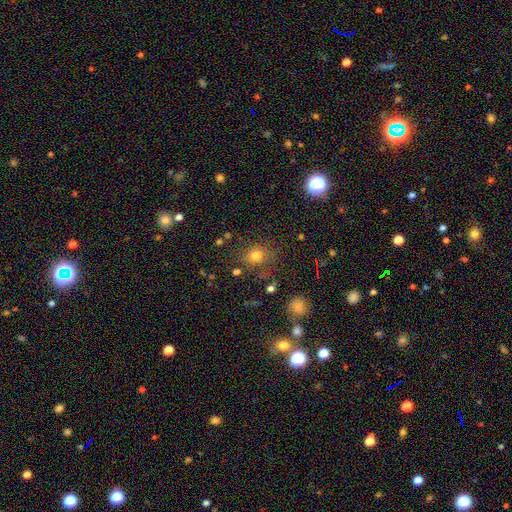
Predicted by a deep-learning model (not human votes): smooth 73%, star or artifact 20%, featured or disk 7%. Down the decision tree: how rounded — round (80%); merging — none (77%).